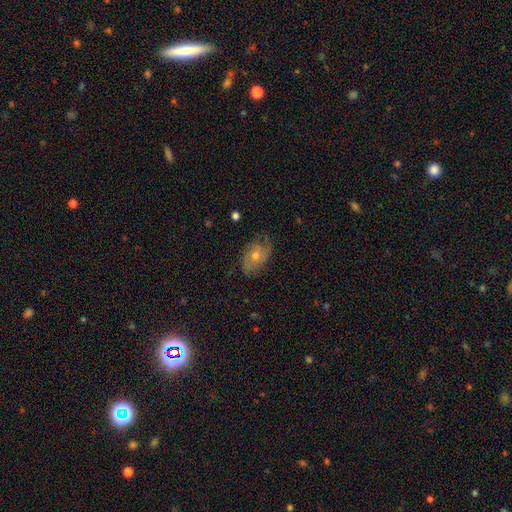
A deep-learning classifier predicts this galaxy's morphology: This appears to be a featured or disk galaxy (66%) with no bar (74%), 2 (50%) medium (43%) spiral arms (87%) and a moderate central bulge (58%). Merging: none (73%).